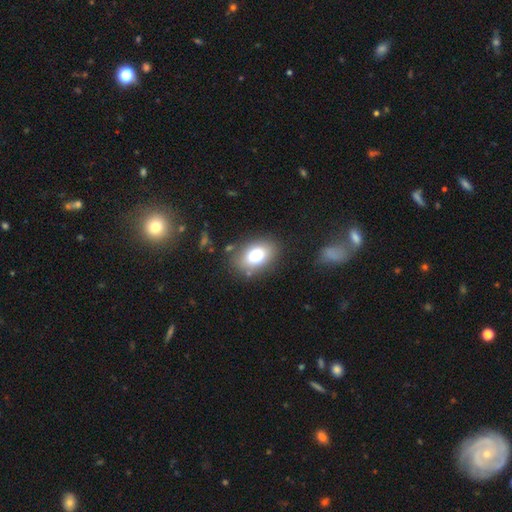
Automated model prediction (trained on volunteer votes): Smooth or featured? smooth (75%)
How rounded? in between (81%)
Merging? none (82%)